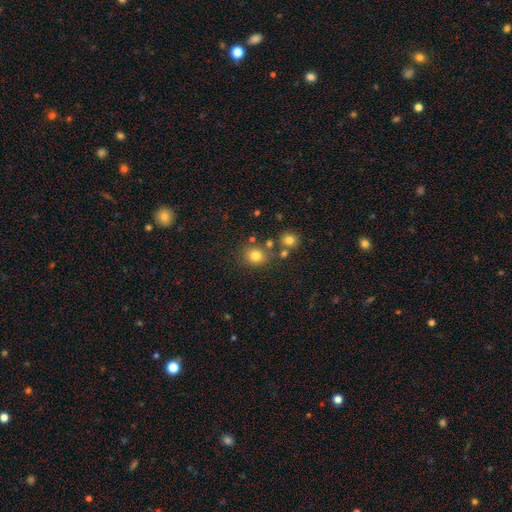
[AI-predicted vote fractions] A smooth galaxy with no disk features (79%) that is round (74%).

Vote fractions:
- Smooth or featured? smooth: 79% / star or artifact: 14% / featured or disk: 7%
- How rounded? round: 74% / in between: 25% / cigar-shaped: 1%
- Merging? none: 74% / minor disturbance: 11% / merger: 10% / major disturbance: 4%